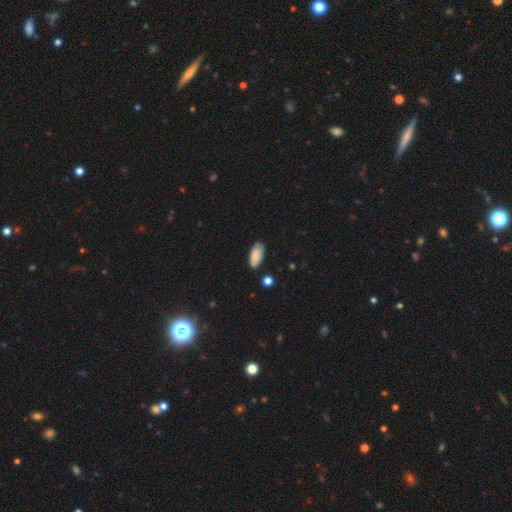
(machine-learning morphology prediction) smooth-or-featured: smooth: 76% | featured or disk: 16% | star or artifact: 8%
  how-rounded: in between: 90% | cigar-shaped: 8% | round: 2%
  merging: none: 75% | minor disturbance: 18% | major disturbance: 3% | merger: 3%